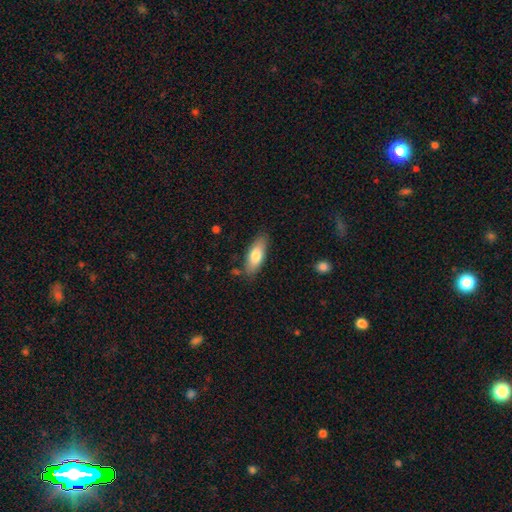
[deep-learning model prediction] Smooth or featured?
  - smooth: 76% *
  - featured or disk: 18%
  - star or artifact: 6%
How rounded?
  - in between: 70% *
  - cigar-shaped: 27%
  - round: 2%
Merging?
  - none: 81% *
  - minor disturbance: 13%
  - major disturbance: 3%
  - merger: 3%